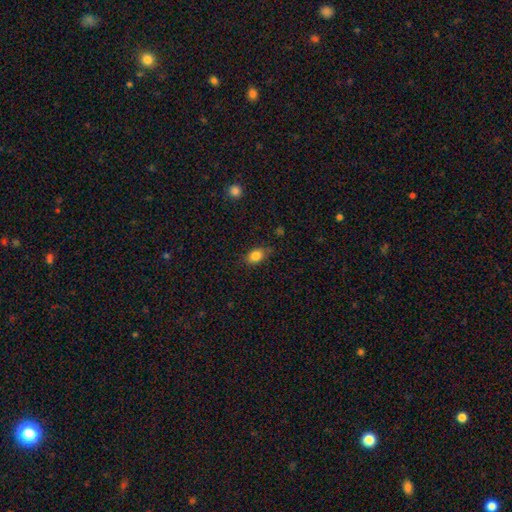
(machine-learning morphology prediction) Overall: smooth (85%). How rounded: in between (74%). Merging: none (77%).